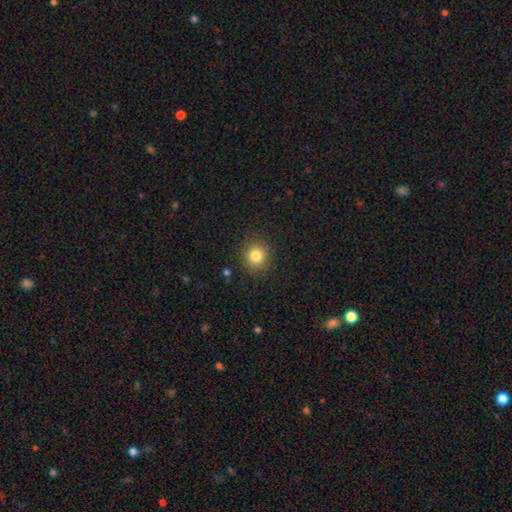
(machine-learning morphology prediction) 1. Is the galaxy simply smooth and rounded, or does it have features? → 82% smooth, 12% star or artifact, 6% featured or disk.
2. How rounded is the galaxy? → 88% round, 11% in between, 1% cigar-shaped.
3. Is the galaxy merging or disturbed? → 89% none, 7% minor disturbance, 3% major disturbance, 1% merger.